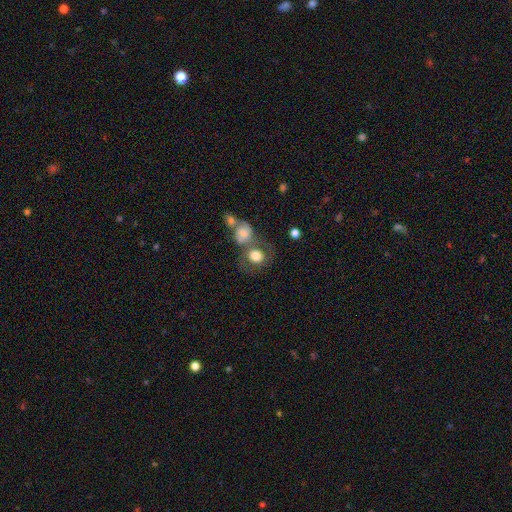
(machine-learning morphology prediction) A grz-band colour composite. It shows a smooth galaxy with no disk features (70%) that is round (73%). Merging: none (41%).